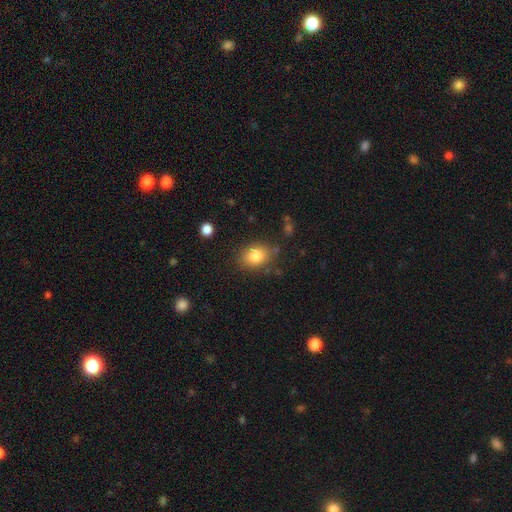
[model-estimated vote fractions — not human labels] smooth 82%, star or artifact 9%, featured or disk 8%. Down the decision tree: how rounded — in between (62%); merging — none (80%).